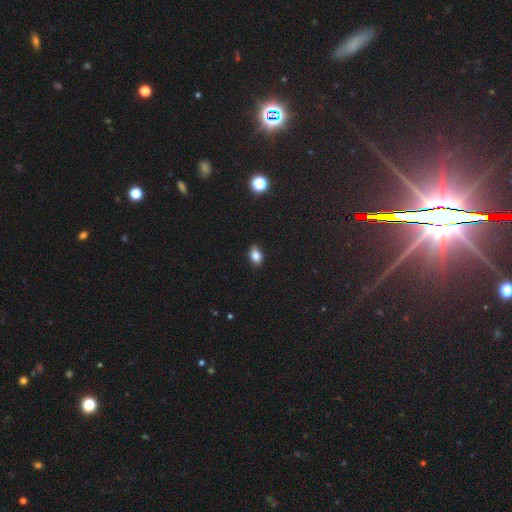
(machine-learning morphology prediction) Overall: smooth (81%). How rounded: in between (80%). Merging: none (83%).